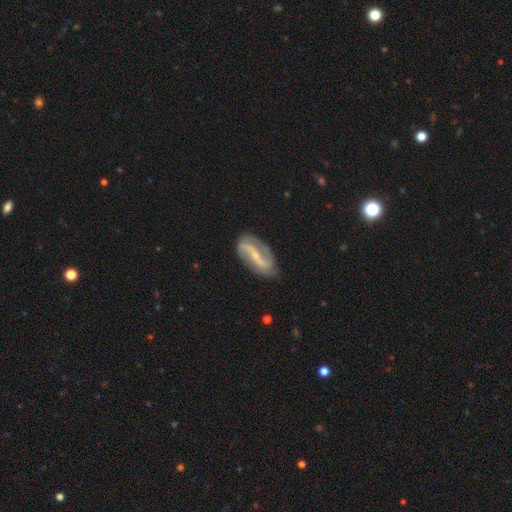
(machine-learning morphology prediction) The model was most divided on "bar": strong: 50%, weak: 31%, no: 19%. More confident: edge-on disk — no (94%); spiral arms — yes (93%); spiral arm count — 2 (91%); smooth or featured — featured or disk (85%); merging — none (80%); bulge size — small (72%); spiral winding — loose (61%).